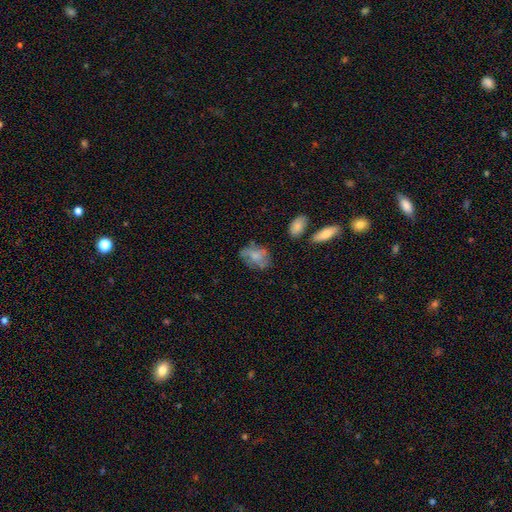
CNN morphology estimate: A smooth galaxy with no disk features (60%) that is in between round and cigar-shaped (73%).

Vote fractions:
- Smooth or featured? smooth: 60% / featured or disk: 31% / star or artifact: 9%
- How rounded? in between: 73% / round: 25% / cigar-shaped: 2%
- Merging? none: 54% / minor disturbance: 27% / major disturbance: 15% / merger: 5%